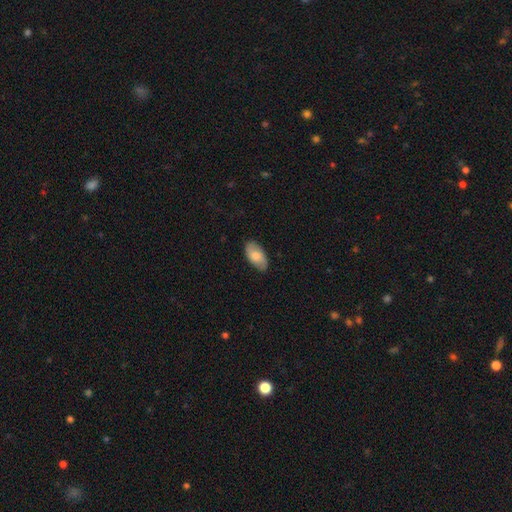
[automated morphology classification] Smooth or featured: smooth — 75% (featured or disk — 19%)
How rounded: in between — 95% (cigar-shaped — 3%)
Merging: none — 84% (minor disturbance — 13%)